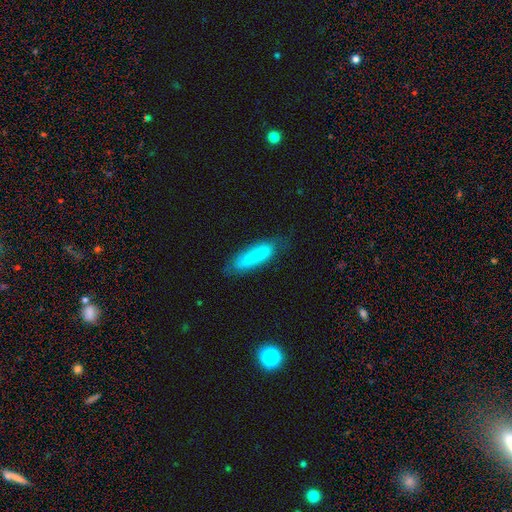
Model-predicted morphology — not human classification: Smooth or featured? Predicted: smooth (p=0.80). How rounded? Predicted: cigar-shaped (p=0.61). Merging? Predicted: none (p=0.69).